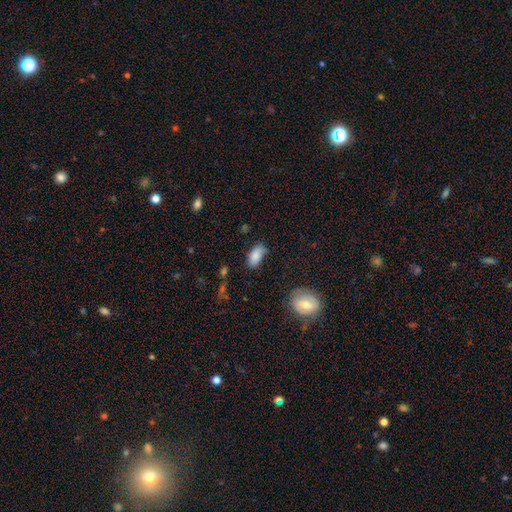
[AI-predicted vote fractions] Morphology: type=smooth (85%); roundness=in between (93%); merging=none (70%).